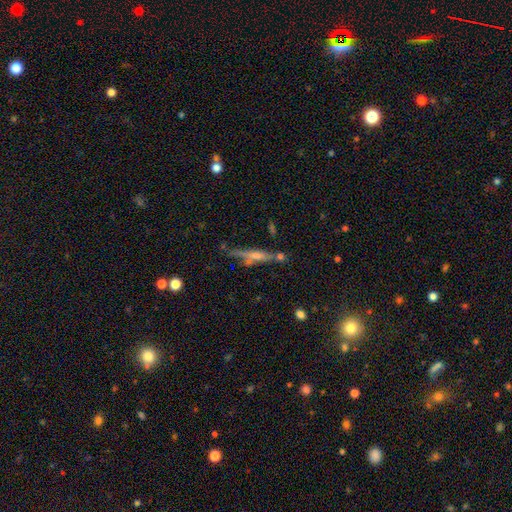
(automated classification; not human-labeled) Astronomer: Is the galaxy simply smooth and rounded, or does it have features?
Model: featured or disk — 58%.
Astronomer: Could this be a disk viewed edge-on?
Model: yes — 90%.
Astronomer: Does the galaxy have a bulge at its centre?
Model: rounded — 59%.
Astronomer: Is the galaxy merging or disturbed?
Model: none — 63%.